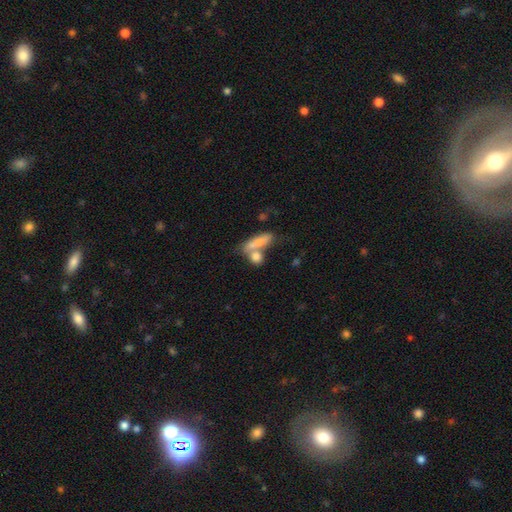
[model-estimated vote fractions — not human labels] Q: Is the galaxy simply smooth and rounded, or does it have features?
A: smooth — 77%.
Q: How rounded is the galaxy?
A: in between — 50%.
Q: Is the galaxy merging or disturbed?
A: merger — 47%.